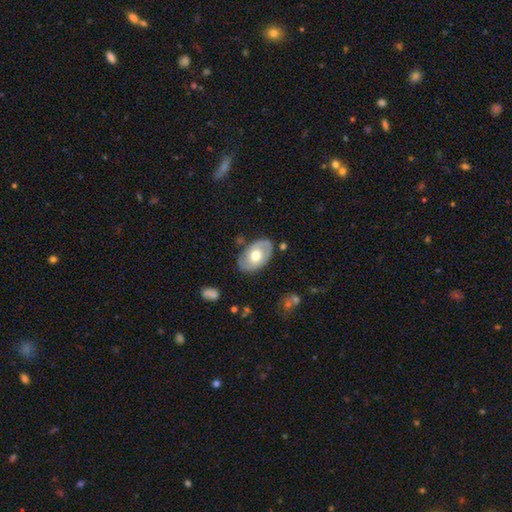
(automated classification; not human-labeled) This is possibly a smooth galaxy (50%). Merging: likely none (77%).